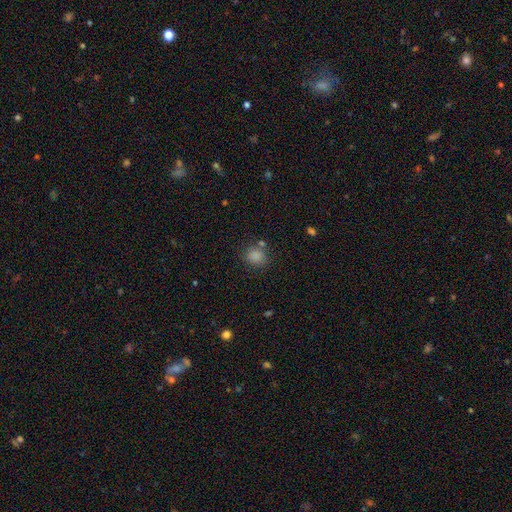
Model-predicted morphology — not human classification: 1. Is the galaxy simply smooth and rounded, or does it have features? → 84% smooth, 11% star or artifact, 4% featured or disk.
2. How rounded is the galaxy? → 73% round, 26% in between, 1% cigar-shaped.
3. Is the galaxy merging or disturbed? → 75% none, 13% minor disturbance, 8% merger, 5% major disturbance.